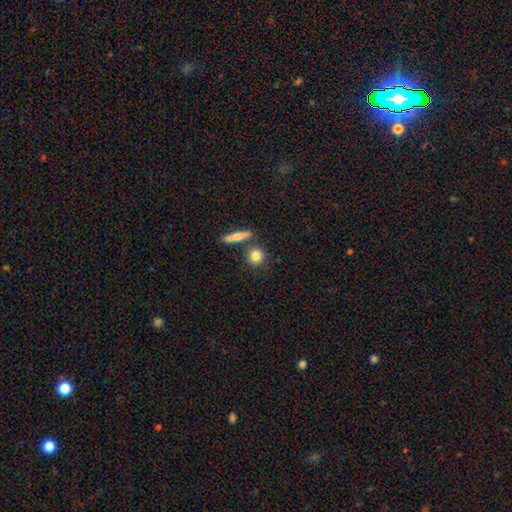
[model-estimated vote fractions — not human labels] Smooth or featured? Predicted: smooth (p=0.81). How rounded? Predicted: round (p=0.79). Merging? Predicted: none (p=0.73).